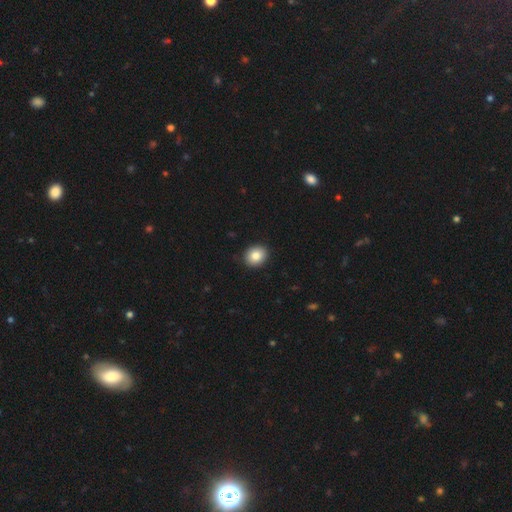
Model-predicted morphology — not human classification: smooth 85%, star or artifact 9%, featured or disk 6%. Down the decision tree: how rounded — round (64%); merging — none (91%).